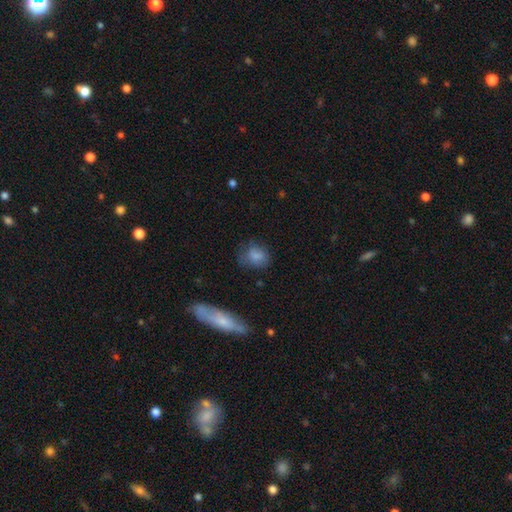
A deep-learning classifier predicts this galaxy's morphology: smooth_or_featured: smooth (p=0.80) [alt: featured or disk p=0.11]
how_rounded: in between (p=0.55) [alt: round p=0.43]
merging: none (p=0.59) [alt: minor disturbance p=0.27]